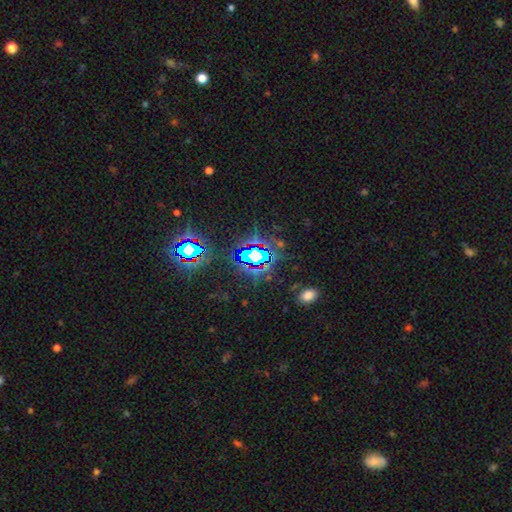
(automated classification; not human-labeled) This is clearly a star or artifact rather than a galaxy (80%).